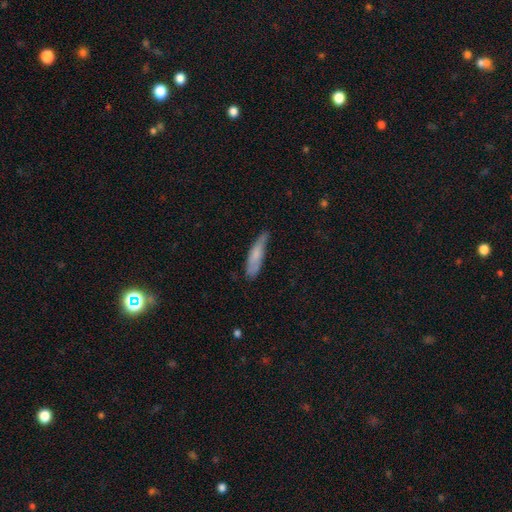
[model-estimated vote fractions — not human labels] Smooth or featured?
  - smooth: 71% *
  - featured or disk: 22%
  - star or artifact: 7%
How rounded?
  - cigar-shaped: 71% *
  - in between: 27%
  - round: 2%
Merging?
  - none: 55% *
  - minor disturbance: 34%
  - major disturbance: 9%
  - merger: 2%